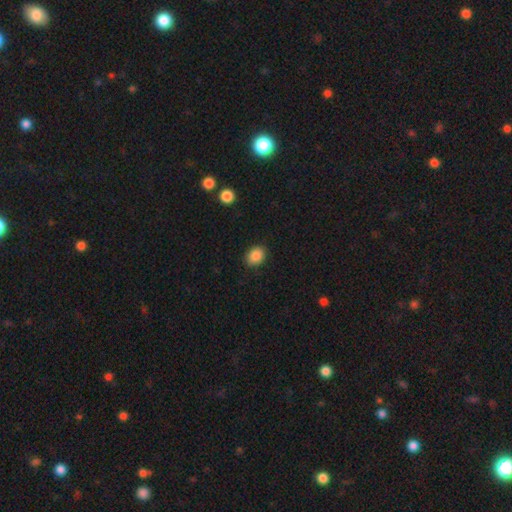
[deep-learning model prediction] smooth_or_featured: smooth (p=0.87) [alt: star or artifact p=0.09]
how_rounded: in between (p=0.61) [alt: round p=0.38]
merging: none (p=0.88) [alt: minor disturbance p=0.08]